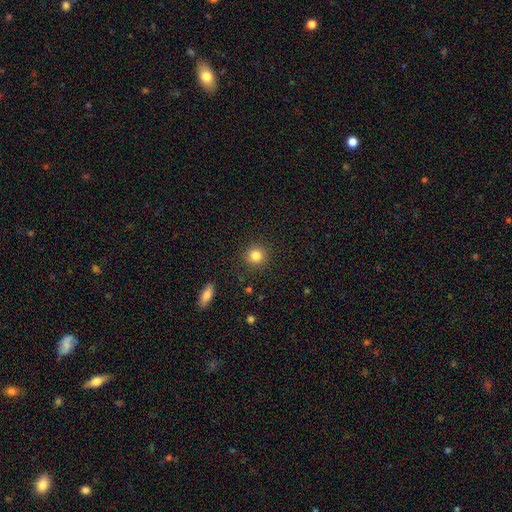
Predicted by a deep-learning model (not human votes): smooth 83%, star or artifact 11%, featured or disk 6%. Down the decision tree: how rounded — round (92%); merging — none (90%).